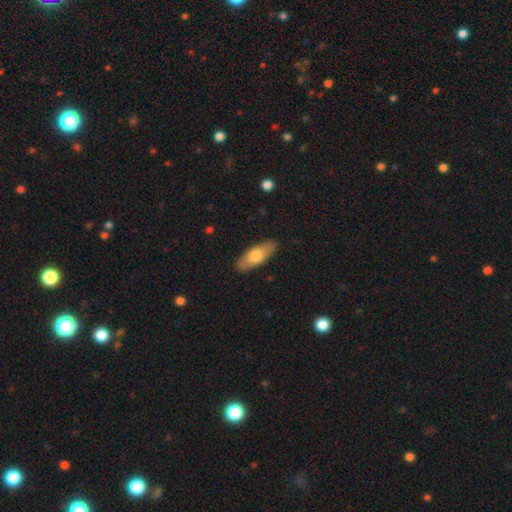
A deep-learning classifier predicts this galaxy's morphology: Smooth or featured?
  - smooth: 69% *
  - featured or disk: 26%
  - star or artifact: 5%
How rounded?
  - in between: 74% *
  - cigar-shaped: 24%
  - round: 3%
Merging?
  - none: 88% *
  - minor disturbance: 9%
  - major disturbance: 2%
  - merger: 1%